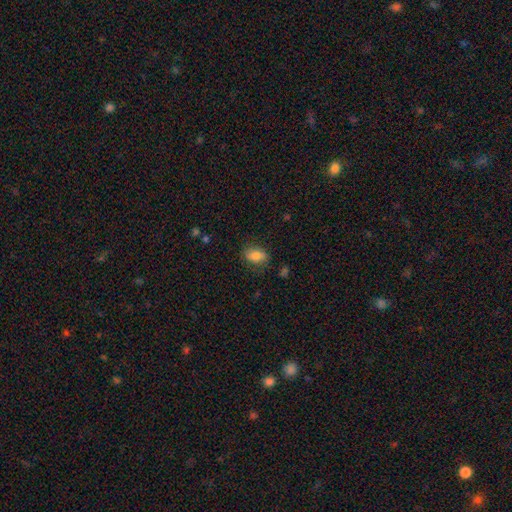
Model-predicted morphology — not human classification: smooth 81%, featured or disk 11%, star or artifact 8%. Down the decision tree: how rounded — in between (86%); merging — none (78%).